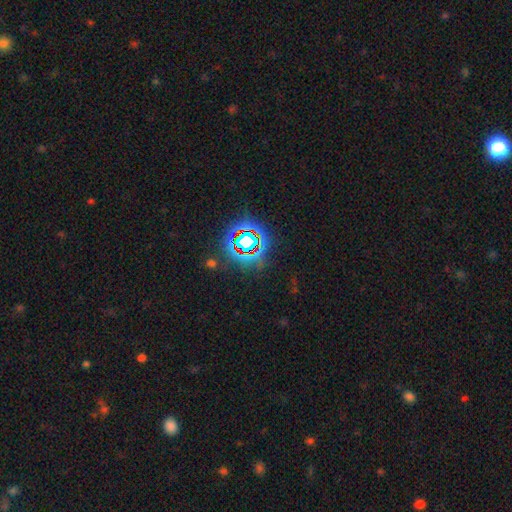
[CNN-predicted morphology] A star or artifact, not a galaxy (77%).

Vote fractions:
- Smooth or featured? star or artifact: 77% / smooth: 12% / featured or disk: 11%